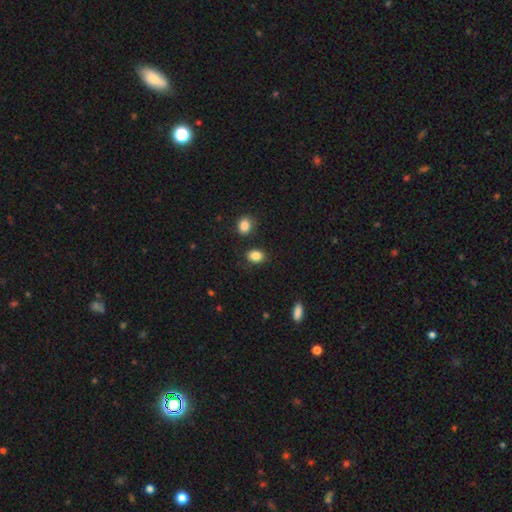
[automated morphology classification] A smooth galaxy with no disk features (85%) that is in between round and cigar-shaped (69%).

Vote fractions:
- Smooth or featured? smooth: 85% / star or artifact: 10% / featured or disk: 5%
- How rounded? in between: 69% / round: 29% / cigar-shaped: 1%
- Merging? none: 79% / minor disturbance: 12% / merger: 5% / major disturbance: 3%